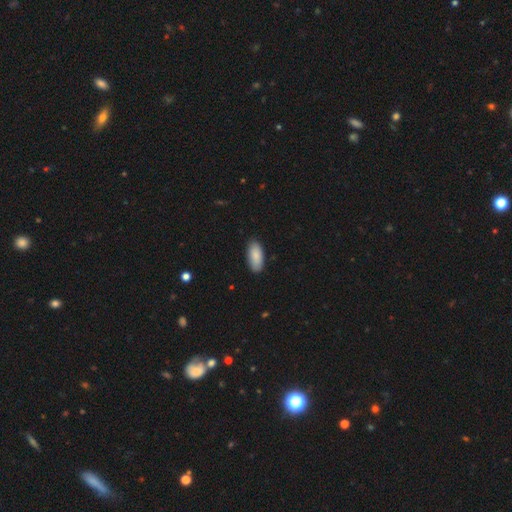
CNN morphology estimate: Smooth or featured?
  - smooth: 87% *
  - featured or disk: 7%
  - star or artifact: 6%
How rounded?
  - in between: 91% *
  - cigar-shaped: 7%
  - round: 2%
Merging?
  - none: 86% *
  - minor disturbance: 11%
  - major disturbance: 2%
  - merger: 1%